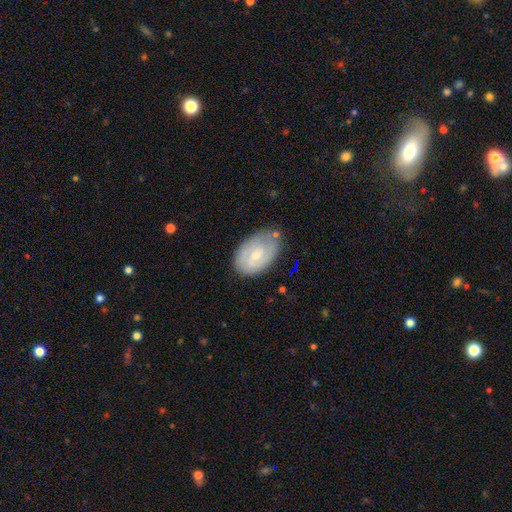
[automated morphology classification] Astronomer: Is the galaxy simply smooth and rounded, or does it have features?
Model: featured or disk — 55% (runner-up: smooth, 39%).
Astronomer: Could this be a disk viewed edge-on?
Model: no — 95%.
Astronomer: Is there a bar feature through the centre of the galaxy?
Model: no — 57% (runner-up: weak, 37%).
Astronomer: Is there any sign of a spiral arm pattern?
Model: yes — 78%.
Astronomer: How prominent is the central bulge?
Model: small — 60%.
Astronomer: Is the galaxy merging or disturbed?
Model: none — 69%.